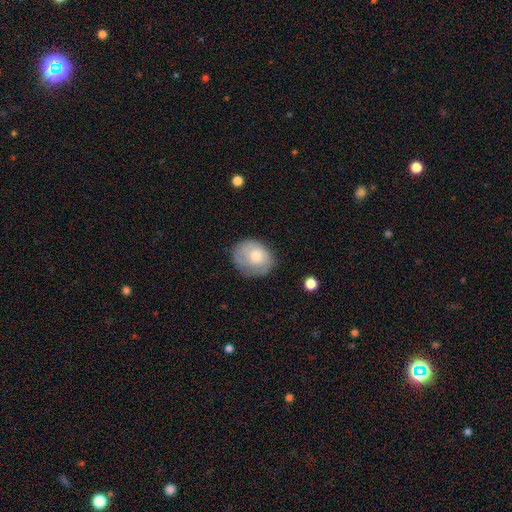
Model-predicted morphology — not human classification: Overall: smooth (68%). How rounded: round (60%; in between 39%). Merging: none (64%; minor disturbance 25%).